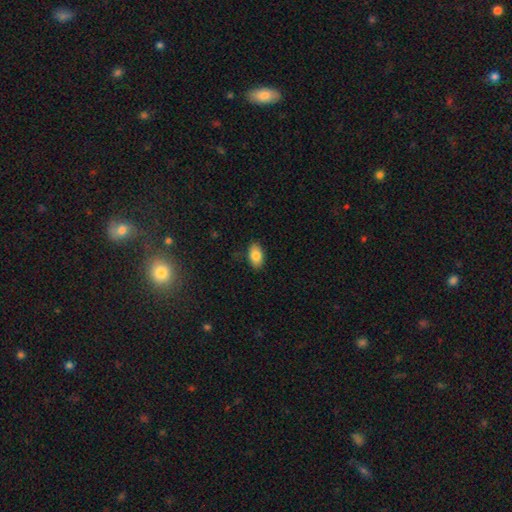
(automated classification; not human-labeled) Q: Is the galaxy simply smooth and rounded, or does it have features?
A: smooth — 84%.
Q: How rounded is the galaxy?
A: in between — 93%.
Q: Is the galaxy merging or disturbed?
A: none — 86%.